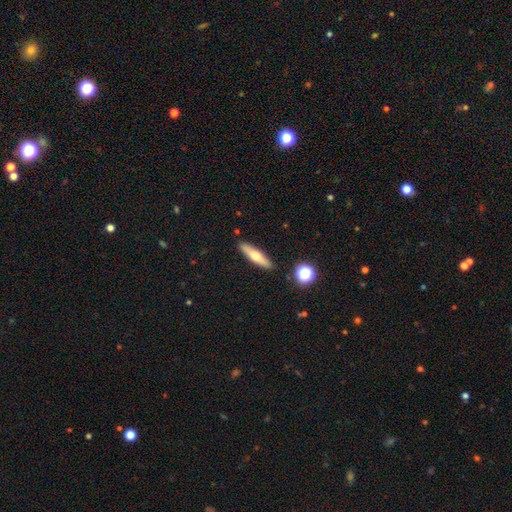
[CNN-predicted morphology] Q: Smooth or featured?
A: smooth (49%); runner-up: featured or disk (44%)
Q: Merging?
A: none (89%); runner-up: minor disturbance (7%)